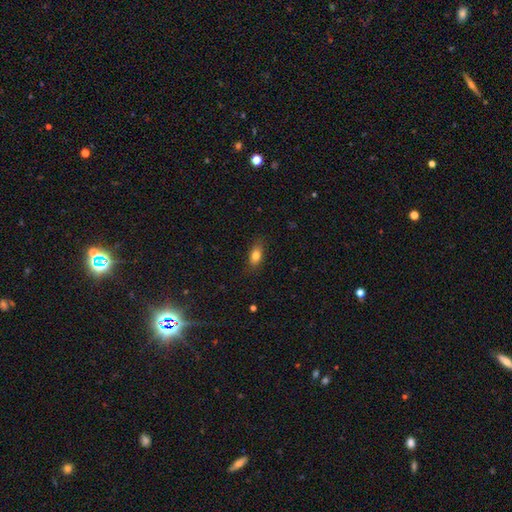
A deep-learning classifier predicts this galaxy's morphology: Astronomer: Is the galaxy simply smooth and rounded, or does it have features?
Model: smooth — 79%.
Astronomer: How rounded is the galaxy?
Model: in between — 80%.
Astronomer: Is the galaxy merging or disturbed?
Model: none — 83%.